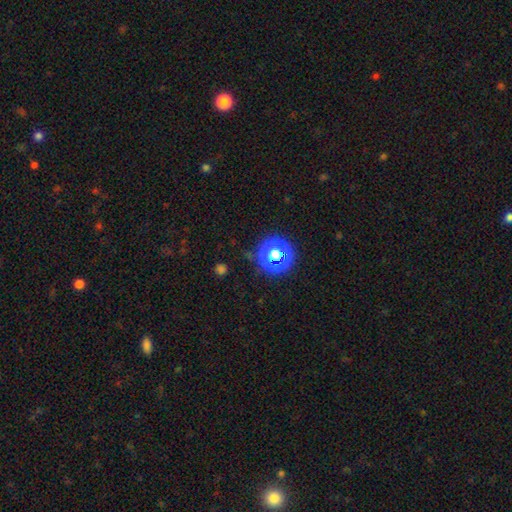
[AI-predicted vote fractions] This appears to be a star or artifact, not a galaxy (65%).